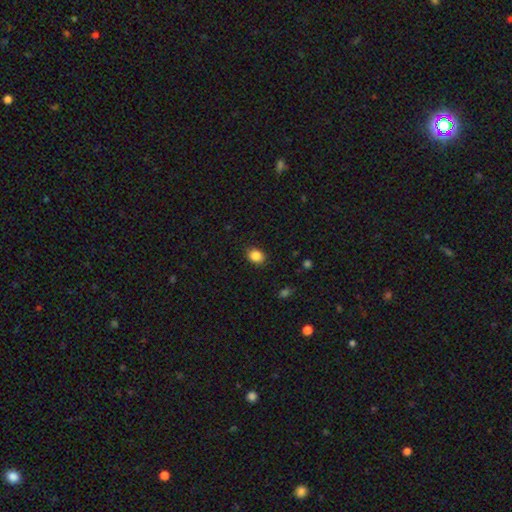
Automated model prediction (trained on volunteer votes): Smooth or featured? Predicted: smooth (p=0.87). How rounded? Predicted: round (p=0.51). Merging? Predicted: none (p=0.88).